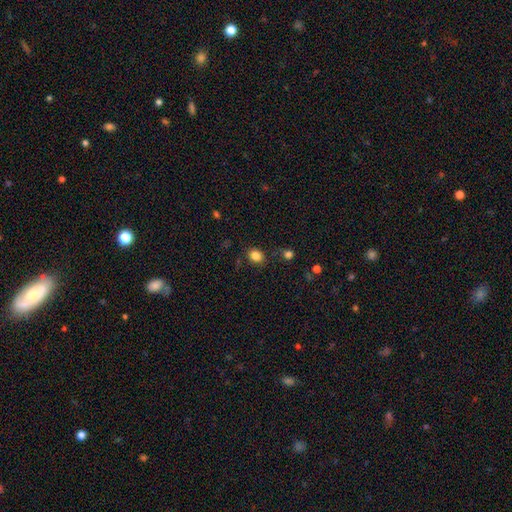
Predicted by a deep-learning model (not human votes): Smooth or featured: smooth — 84% (star or artifact — 11%)
How rounded: round — 54% (in between — 45%)
Merging: none — 81% (minor disturbance — 12%)